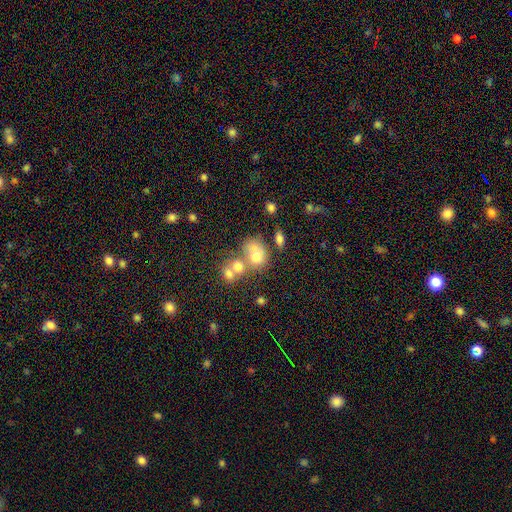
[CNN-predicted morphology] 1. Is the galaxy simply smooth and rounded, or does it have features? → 50% smooth, 29% star or artifact, 20% featured or disk.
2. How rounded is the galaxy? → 57% round, 40% in between, 3% cigar-shaped.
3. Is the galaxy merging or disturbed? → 49% merger, 36% none, 8% minor disturbance, 6% major disturbance.